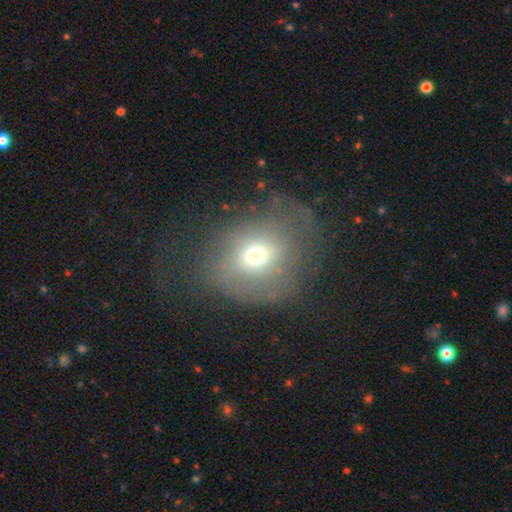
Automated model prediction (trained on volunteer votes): smooth_or_featured: smooth (p=0.58) [alt: featured or disk p=0.29]
how_rounded: round (p=0.64) [alt: in between p=0.35]
merging: none (p=0.43) [alt: major disturbance p=0.31]